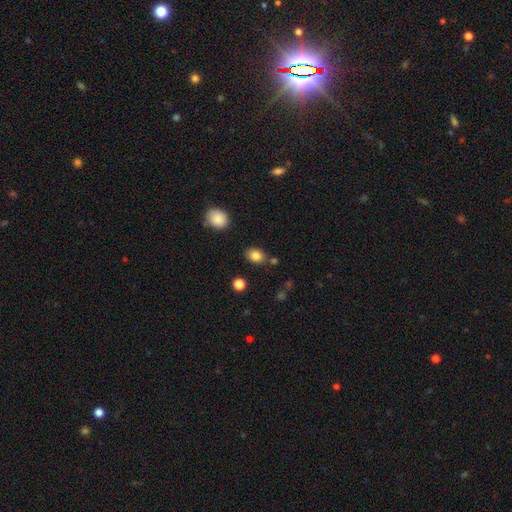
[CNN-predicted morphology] Q: Smooth or featured?
A: smooth (83%); runner-up: star or artifact (10%)
Q: How rounded?
A: in between (63%); runner-up: round (36%)
Q: Merging?
A: none (80%); runner-up: minor disturbance (11%)